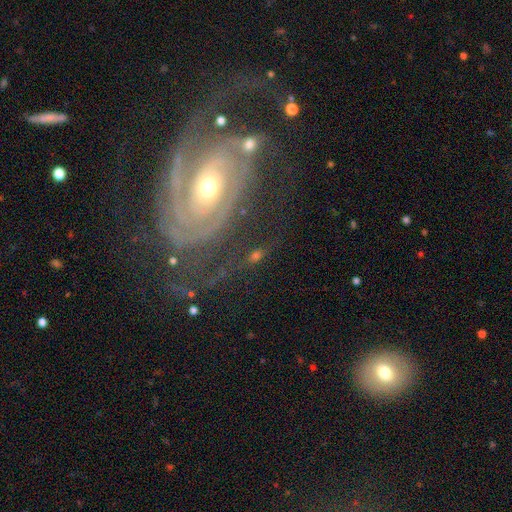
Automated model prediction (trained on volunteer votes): This appears to be a featured or disk galaxy (62%) with no bar (58%), spiral arms (80%) and a moderate central bulge (54%). Merging: none (68%).